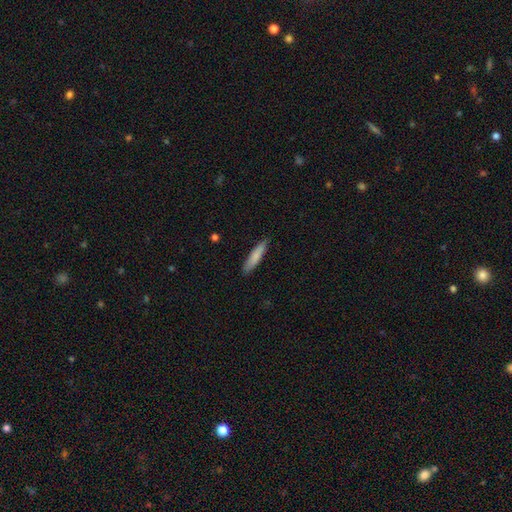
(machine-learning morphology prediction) type=smooth (80%); roundness=cigar-shaped (86%); merging=none (88%).